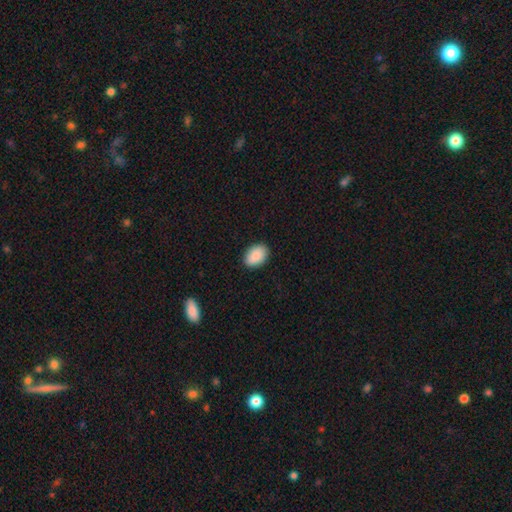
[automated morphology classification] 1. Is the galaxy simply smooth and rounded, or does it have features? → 90% smooth, 6% star or artifact, 4% featured or disk.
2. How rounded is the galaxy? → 85% in between, 14% round, 1% cigar-shaped.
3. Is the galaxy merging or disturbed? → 89% none, 8% minor disturbance, 2% major disturbance, 1% merger.